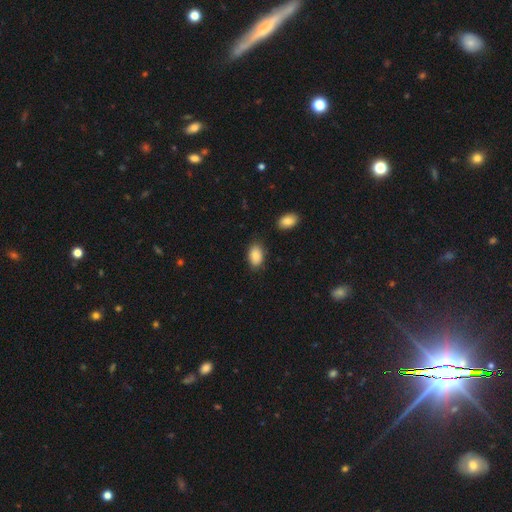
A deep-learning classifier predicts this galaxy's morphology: A smooth galaxy with no disk features (87%) that is in between round and cigar-shaped (90%).

Vote fractions:
- Smooth or featured? smooth: 87% / star or artifact: 7% / featured or disk: 6%
- How rounded? in between: 90% / round: 9% / cigar-shaped: 1%
- Merging? none: 79% / minor disturbance: 15% / major disturbance: 3% / merger: 3%